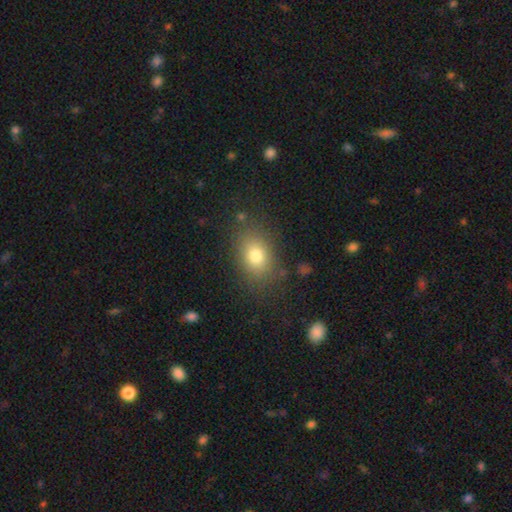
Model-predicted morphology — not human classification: A smooth galaxy with no disk features (77%) that is in between round and cigar-shaped (69%).

Vote fractions:
- Smooth or featured? smooth: 77% / star or artifact: 12% / featured or disk: 11%
- How rounded? in between: 69% / round: 29% / cigar-shaped: 1%
- Merging? none: 80% / minor disturbance: 12% / major disturbance: 5% / merger: 2%